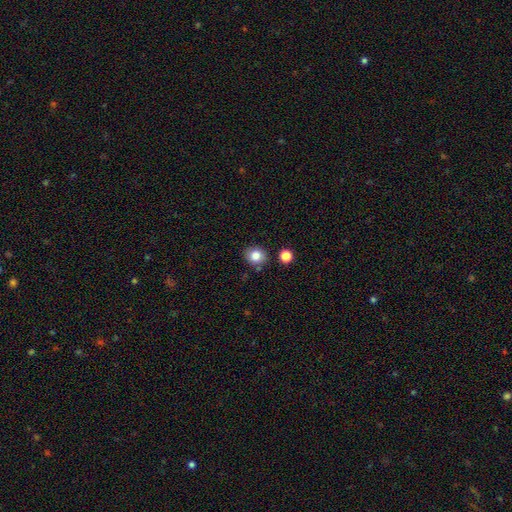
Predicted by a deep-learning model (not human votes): A smooth galaxy with no disk features (82%) that is round (77%).

Vote fractions:
- Smooth or featured? smooth: 82% / star or artifact: 11% / featured or disk: 7%
- How rounded? round: 77% / in between: 22% / cigar-shaped: 1%
- Merging? none: 84% / minor disturbance: 9% / merger: 5% / major disturbance: 2%